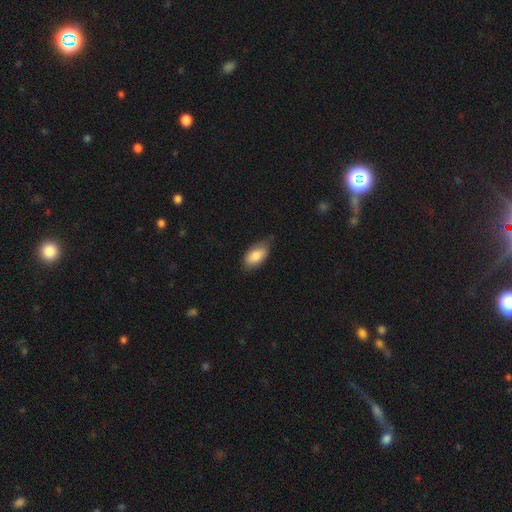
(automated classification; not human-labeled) smooth-or-featured: smooth: 83% | featured or disk: 10% | star or artifact: 6%
  how-rounded: in between: 92% | round: 4% | cigar-shaped: 4%
  merging: none: 62% | minor disturbance: 31% | major disturbance: 5% | merger: 1%